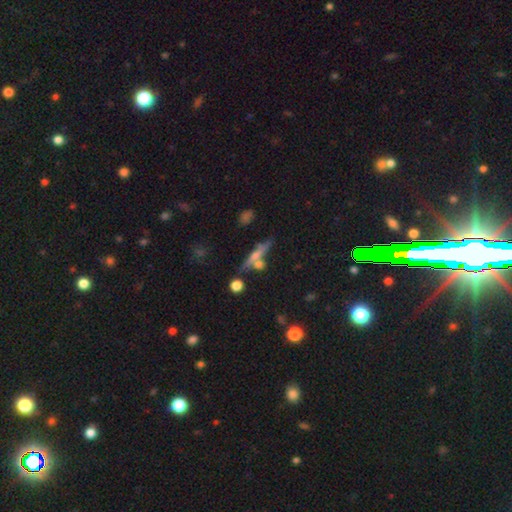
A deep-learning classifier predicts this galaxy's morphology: smooth-or-featured: featured or disk: 50% | smooth: 39% | star or artifact: 11%
  merging: none: 61% | merger: 21% | minor disturbance: 13% | major disturbance: 5%